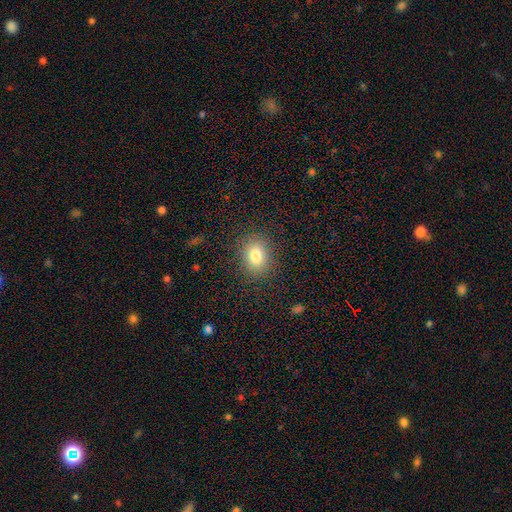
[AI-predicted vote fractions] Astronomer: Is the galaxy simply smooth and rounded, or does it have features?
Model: smooth — 79%.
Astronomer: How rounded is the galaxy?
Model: round — 54% (runner-up: in between, 45%).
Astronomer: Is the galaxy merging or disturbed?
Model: none — 86%.